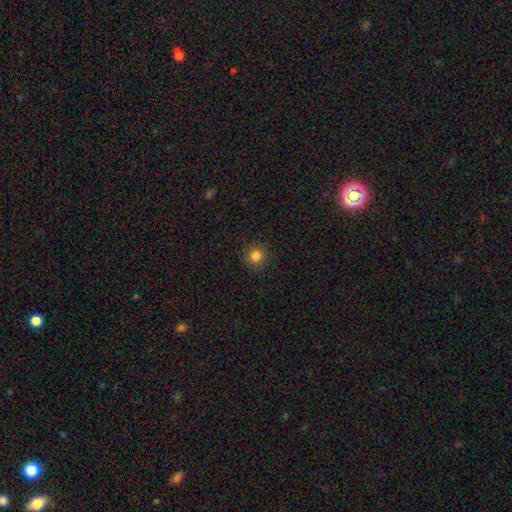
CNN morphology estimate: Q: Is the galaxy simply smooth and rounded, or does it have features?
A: smooth — 83%.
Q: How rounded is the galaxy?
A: round — 87%.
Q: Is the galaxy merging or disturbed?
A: none — 88%.